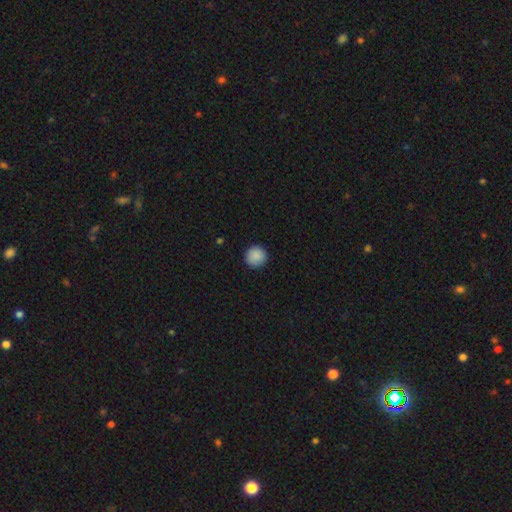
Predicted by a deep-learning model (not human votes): Smooth or featured? smooth (89%)
How rounded? round (95%)
Merging? none (91%)